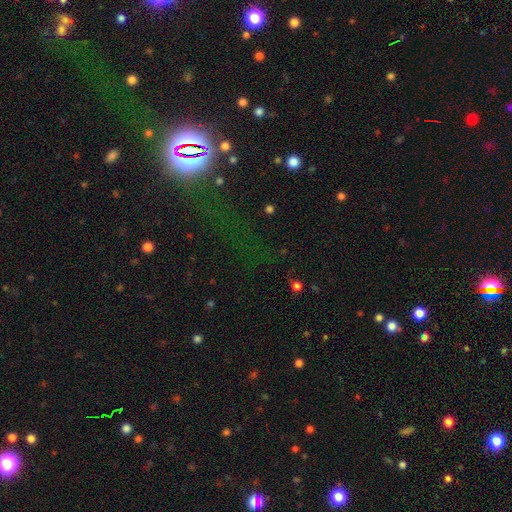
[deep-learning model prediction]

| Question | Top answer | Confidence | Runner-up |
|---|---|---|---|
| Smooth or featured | star or artifact | 77% | smooth (14%) |